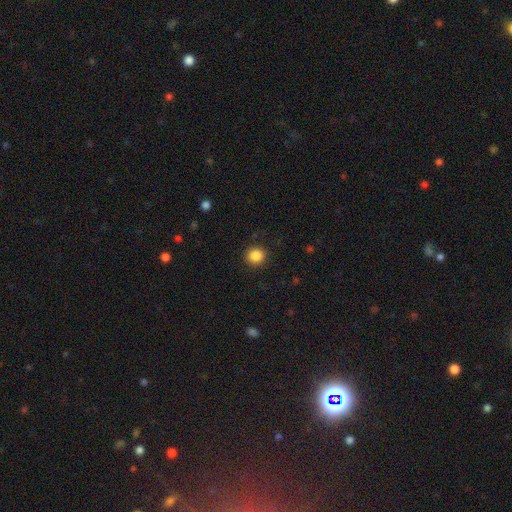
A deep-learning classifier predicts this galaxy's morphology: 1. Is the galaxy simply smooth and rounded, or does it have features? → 87% smooth, 10% star or artifact, 3% featured or disk.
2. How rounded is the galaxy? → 90% round, 9% in between, 1% cigar-shaped.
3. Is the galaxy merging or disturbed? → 90% none, 6% minor disturbance, 2% major disturbance, 1% merger.